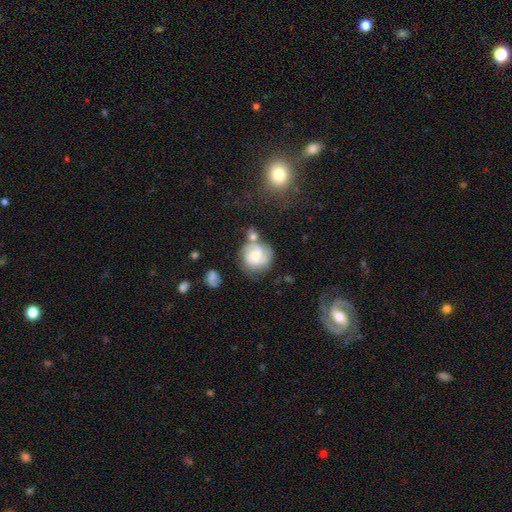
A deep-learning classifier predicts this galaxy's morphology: Smooth or featured?
  - featured or disk: 64% *
  - smooth: 28%
  - star or artifact: 8%
Edge-on disk?
  - no: 98% *
  - yes: 2%
Bar?
  - no: 57% *
  - weak: 36%
  - strong: 7%
Spiral arms?
  - yes: 90% *
  - no: 10%
Spiral winding?
  - tight: 47% *
  - medium: 40%
  - loose: 13%
Spiral arm count?
  - 2: 50% *
  - can't tell: 21%
  - 3: 18%
  - 1: 5%
  - 4: 3%
  - more than 4: 3%
Bulge size?
  - small: 37% *
  - moderate: 36%
  - none: 13%
  - large: 11%
  - dominant: 2%
Merging?
  - none: 51% *
  - minor disturbance: 20%
  - merger: 18%
  - major disturbance: 11%